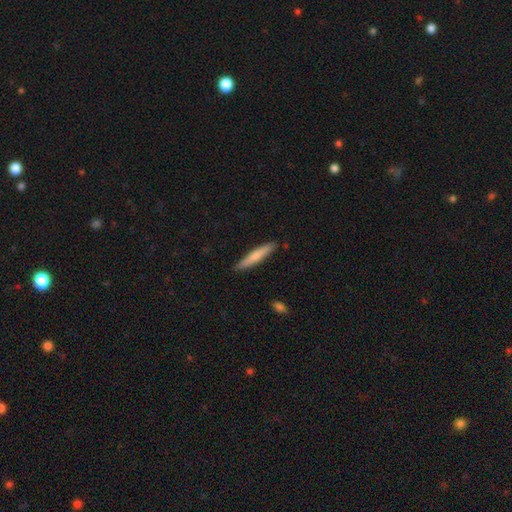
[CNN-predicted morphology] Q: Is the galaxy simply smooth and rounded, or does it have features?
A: smooth — 67%.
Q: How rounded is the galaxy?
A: cigar-shaped — 92%.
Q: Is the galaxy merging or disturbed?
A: none — 90%.